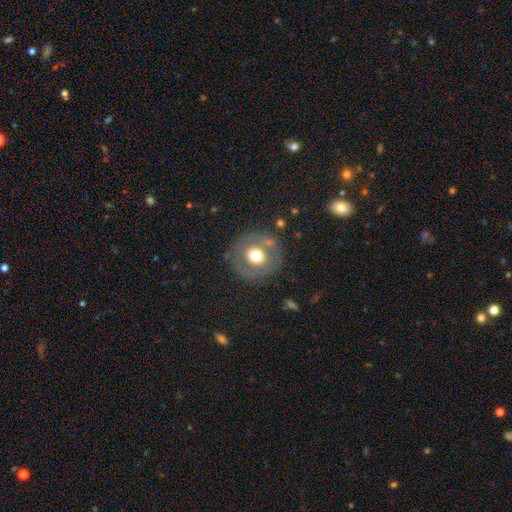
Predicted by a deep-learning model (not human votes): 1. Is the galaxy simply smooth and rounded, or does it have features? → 56% smooth, 35% featured or disk, 10% star or artifact.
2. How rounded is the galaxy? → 91% round, 8% in between, 1% cigar-shaped.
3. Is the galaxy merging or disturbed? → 80% none, 11% minor disturbance, 6% major disturbance, 4% merger.